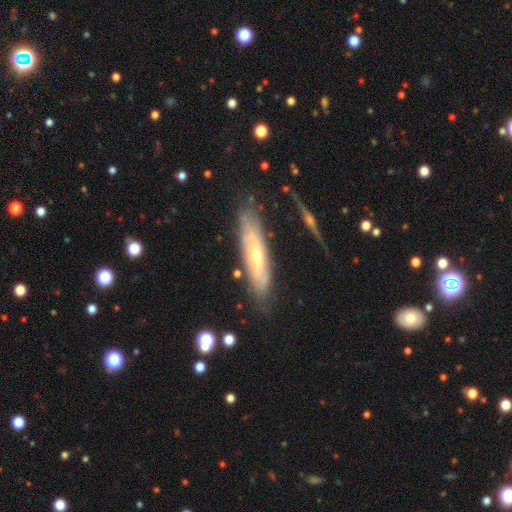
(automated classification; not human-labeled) Smooth or featured? Predicted: featured or disk (p=0.59). Edge-on disk? Predicted: no (p=0.51). Merging? Predicted: none (p=0.73).